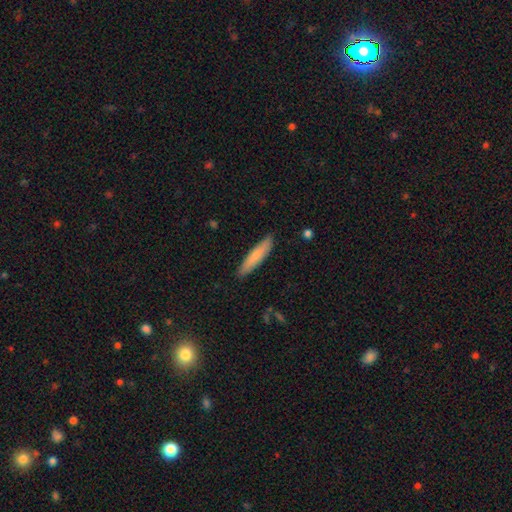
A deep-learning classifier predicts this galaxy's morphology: This is likely a smooth galaxy (76%). How rounded: clearly cigar-shaped (86%). Merging: clearly none (88%).